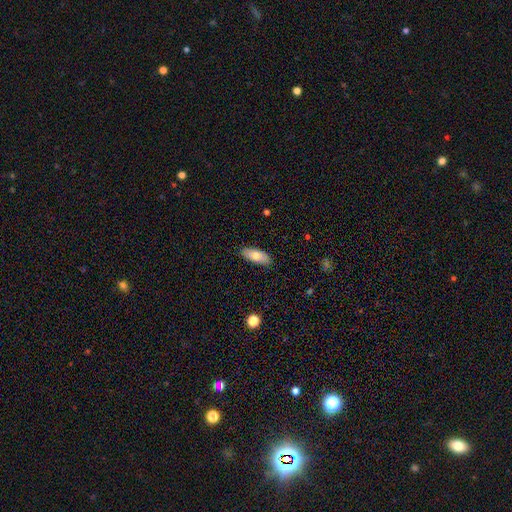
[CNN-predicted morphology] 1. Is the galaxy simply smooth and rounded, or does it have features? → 74% smooth, 20% featured or disk, 7% star or artifact.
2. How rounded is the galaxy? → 77% in between, 20% cigar-shaped, 2% round.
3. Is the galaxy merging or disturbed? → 88% none, 9% minor disturbance, 2% major disturbance, 1% merger.